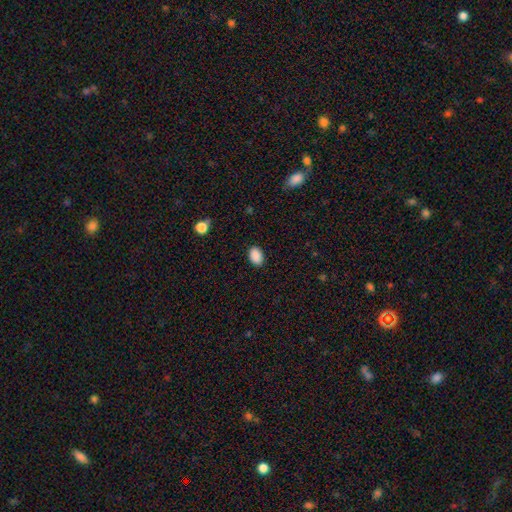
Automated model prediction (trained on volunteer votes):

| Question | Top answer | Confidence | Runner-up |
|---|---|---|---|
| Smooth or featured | smooth | 89% | star or artifact (8%) |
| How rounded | in between | 83% | round (16%) |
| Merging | none | 88% | minor disturbance (9%) |